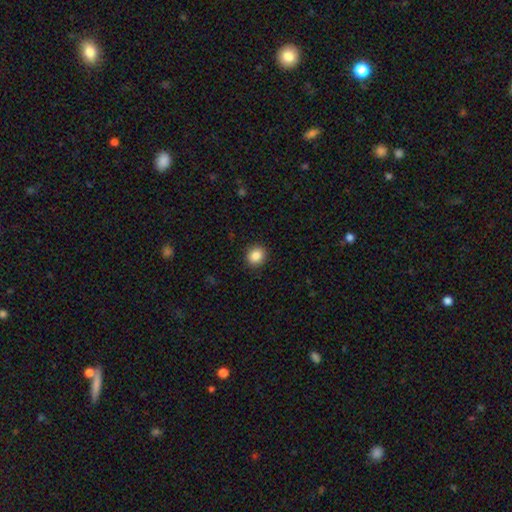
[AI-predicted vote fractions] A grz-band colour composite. It shows a smooth galaxy with no disk features (86%) that is round (77%). Merging: none (91%).